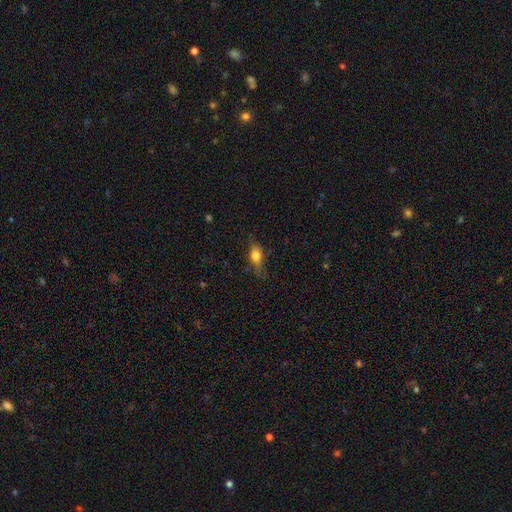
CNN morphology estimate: Smooth or featured? Predicted: smooth (p=0.68). How rounded? Predicted: in between (p=0.67). Merging? Predicted: none (p=0.65).